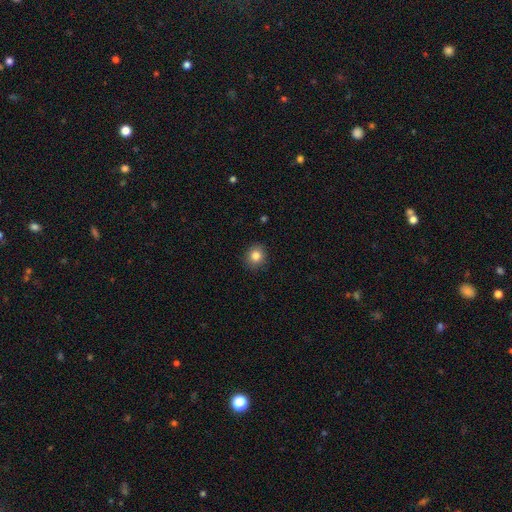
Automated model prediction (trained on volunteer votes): The model was most divided on "how rounded": round: 84%, in between: 15%, cigar-shaped: 1%. More confident: merging — none (89%); smooth or featured — smooth (84%).